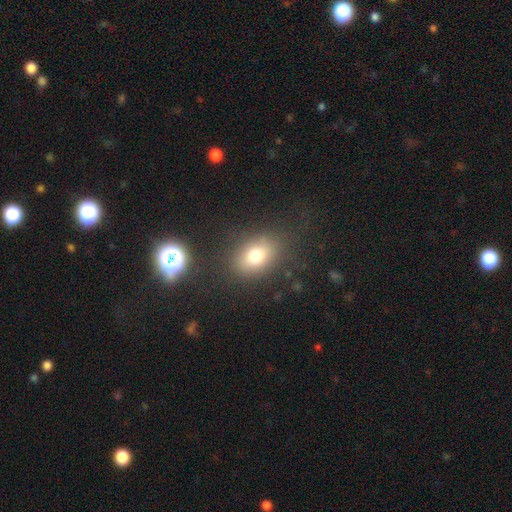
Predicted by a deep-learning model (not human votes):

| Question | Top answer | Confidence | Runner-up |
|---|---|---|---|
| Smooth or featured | smooth | 74% | featured or disk (13%) |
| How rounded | in between | 69% | round (29%) |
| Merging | none | 79% | minor disturbance (12%) |